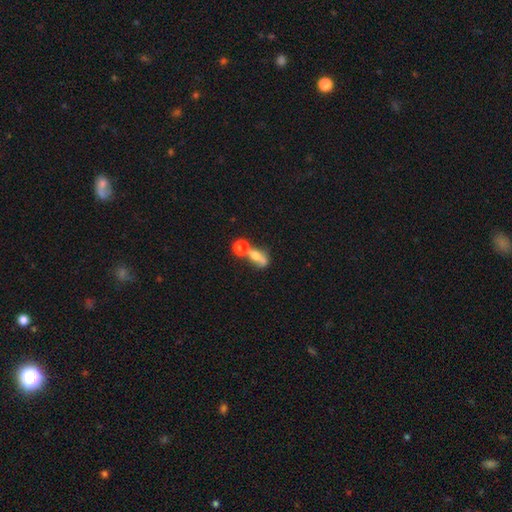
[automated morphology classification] This appears to be a smooth galaxy with no disk features (62%) that is in between round and cigar-shaped (51%). Merging: merger (59%).